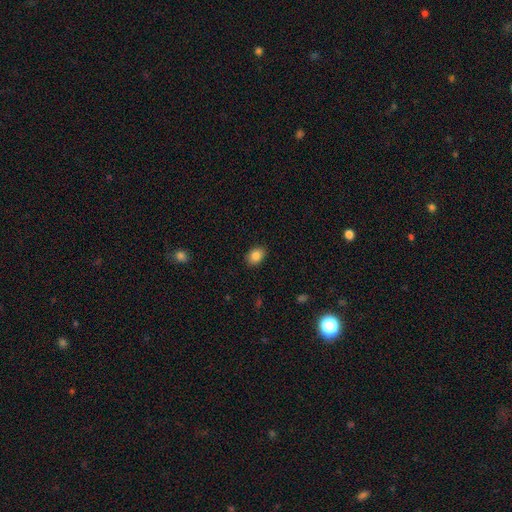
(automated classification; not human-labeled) The model was most divided on "how rounded": in between: 72%, round: 27%, cigar-shaped: 1%. More confident: merging — none (88%); smooth or featured — smooth (85%).